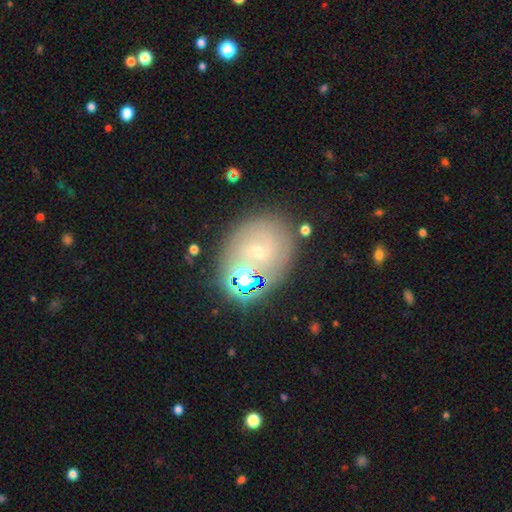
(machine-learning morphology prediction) Smooth or featured? Predicted: featured or disk (p=0.40). Merging? Predicted: none (p=0.71).